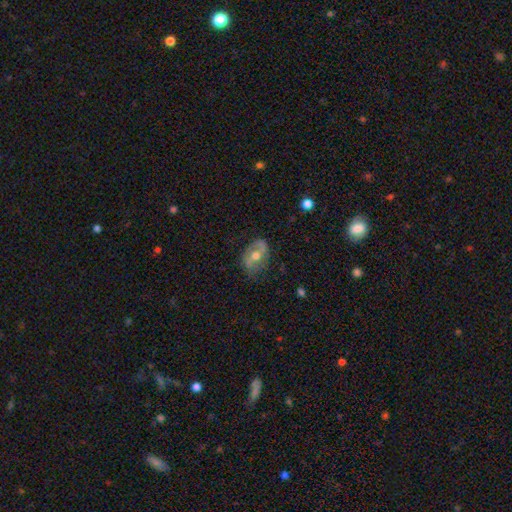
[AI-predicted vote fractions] A featured or disk galaxy (64%) with no bar (42%), spiral arms (69%) and a moderate central bulge (75%).

Vote fractions:
- Smooth or featured? featured or disk: 64% / smooth: 29% / star or artifact: 8%
- Edge-on disk? no: 94% / yes: 6%
- Bar? no: 42% / weak: 35% / strong: 23%
- Spiral arms? yes: 69% / no: 31%
- Bulge size? moderate: 75% / small: 19% / large: 5% / none: 1% / dominant: 1%
- Merging? none: 72% / minor disturbance: 20% / major disturbance: 7% / merger: 2%